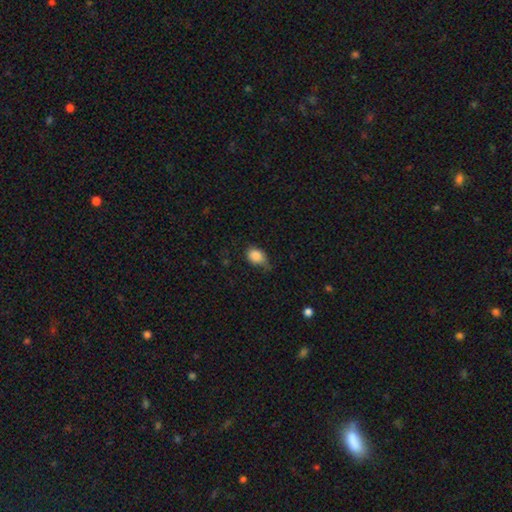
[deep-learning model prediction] smooth-or-featured: smooth: 86% | star or artifact: 9% | featured or disk: 6%
  how-rounded: in between: 62% | round: 36% | cigar-shaped: 1%
  merging: none: 45% | minor disturbance: 41% | major disturbance: 11% | merger: 3%